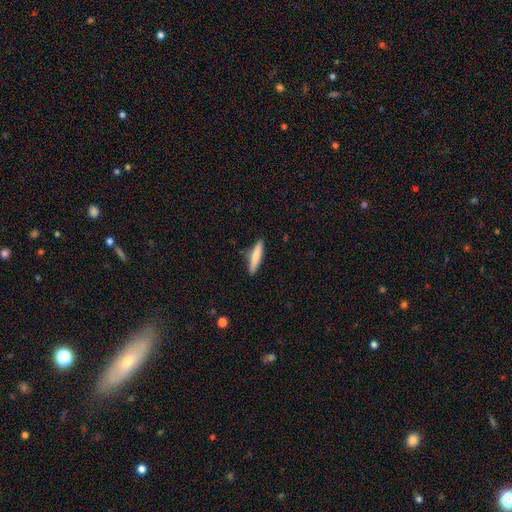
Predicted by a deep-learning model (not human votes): A smooth galaxy with no disk features (76%) that is cigar-shaped (85%).

Vote fractions:
- Smooth or featured? smooth: 76% / featured or disk: 19% / star or artifact: 6%
- How rounded? cigar-shaped: 85% / in between: 14% / round: 1%
- Merging? none: 86% / minor disturbance: 11% / major disturbance: 2% / merger: 2%